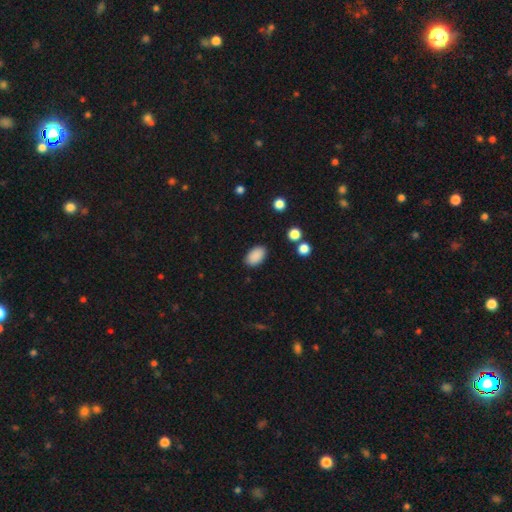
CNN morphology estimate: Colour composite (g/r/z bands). It shows a smooth galaxy with no disk features (89%) that is in between round and cigar-shaped (91%). Merging: none (86%).